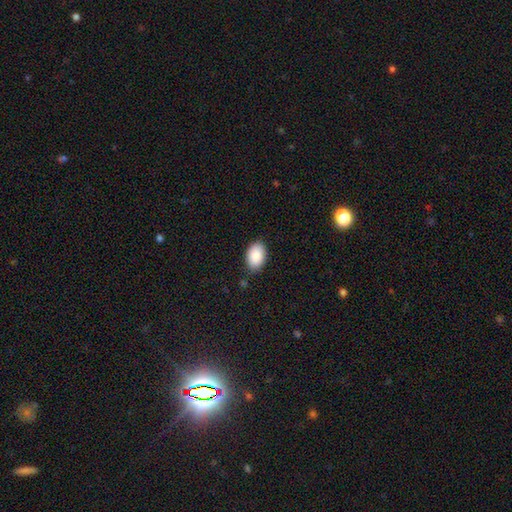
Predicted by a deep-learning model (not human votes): Smooth or featured: smooth — 88% (star or artifact — 7%)
How rounded: in between — 90% (round — 8%)
Merging: none — 84% (minor disturbance — 13%)